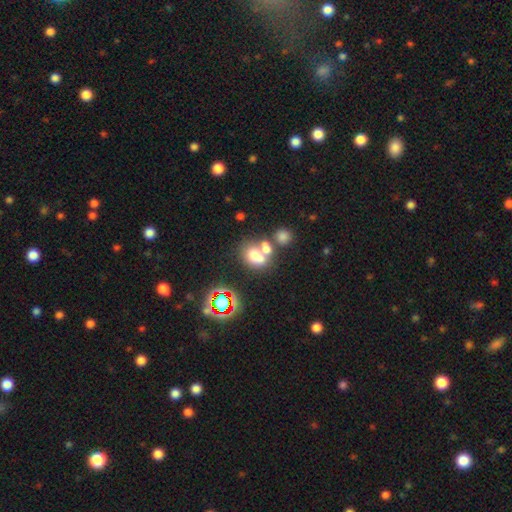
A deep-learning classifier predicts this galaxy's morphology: Q: Smooth or featured?
A: smooth (65%); runner-up: star or artifact (18%)
Q: How rounded?
A: in between (61%); runner-up: round (37%)
Q: Merging?
A: merger (51%); runner-up: none (32%)